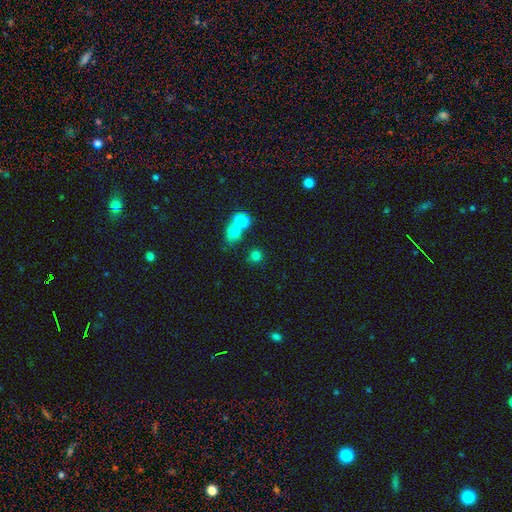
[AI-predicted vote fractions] Smooth or featured? smooth (76%)
How rounded? round (87%)
Merging? none (67%)